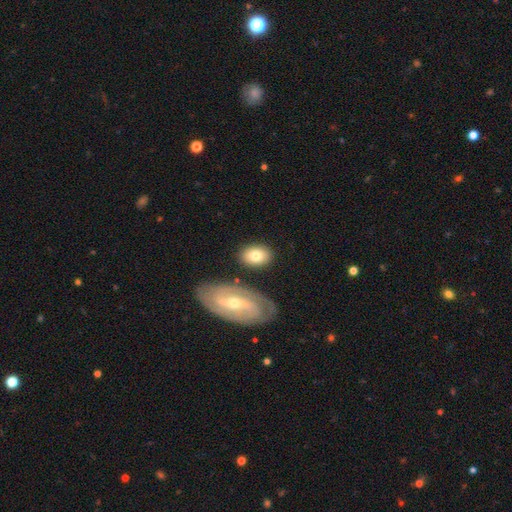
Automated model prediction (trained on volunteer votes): Morphology: type=smooth (73%); roundness=in between (76%); merging=none (75%).